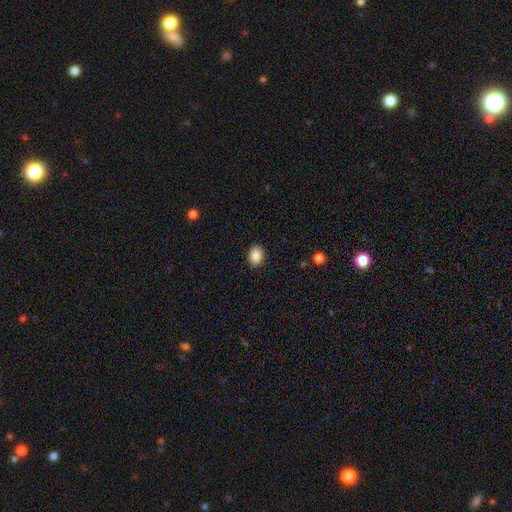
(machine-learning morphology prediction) Q: Smooth or featured?
A: smooth (88%); runner-up: star or artifact (8%)
Q: How rounded?
A: in between (70%); runner-up: round (29%)
Q: Merging?
A: none (89%); runner-up: minor disturbance (8%)